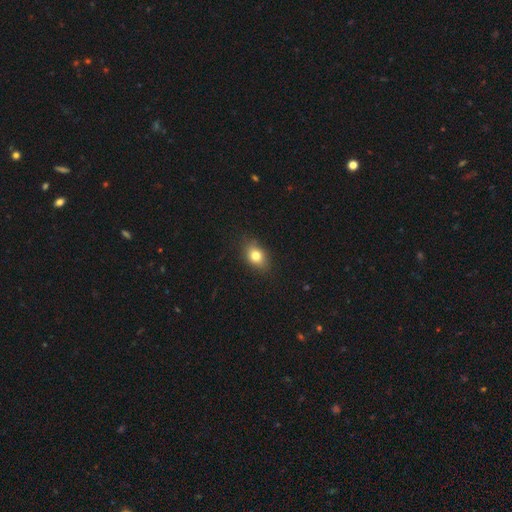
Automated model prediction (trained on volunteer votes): Smooth or featured? smooth (78%)
How rounded? in between (72%)
Merging? none (83%)